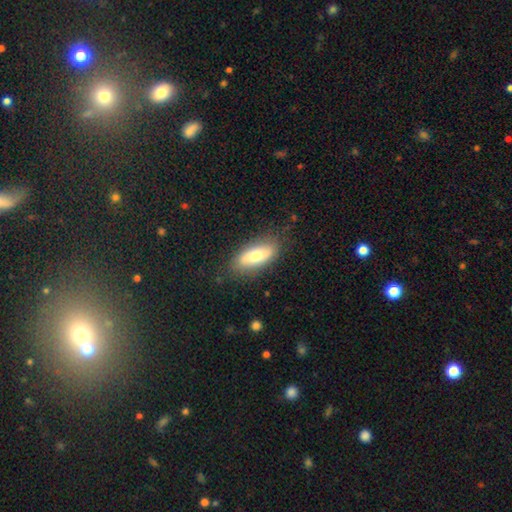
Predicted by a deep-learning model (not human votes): A smooth galaxy with no disk features (68%) that is in between round and cigar-shaped (82%). Merging: none (80%).